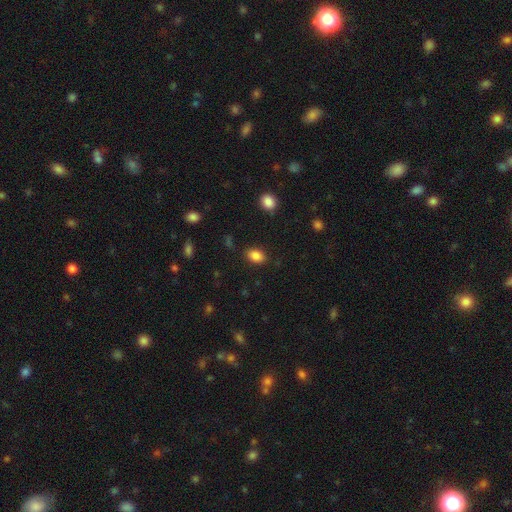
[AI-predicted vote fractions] This is clearly a smooth galaxy (86%). How rounded: clearly in between (81%). Merging: clearly none (85%).